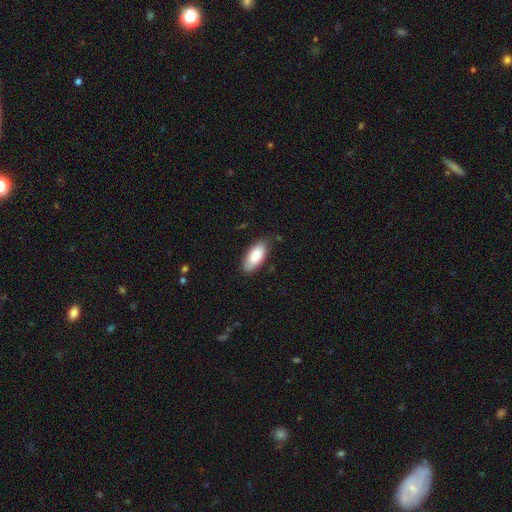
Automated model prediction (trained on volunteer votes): This is clearly a smooth galaxy (85%). How rounded: clearly in between (88%). Merging: clearly none (80%).